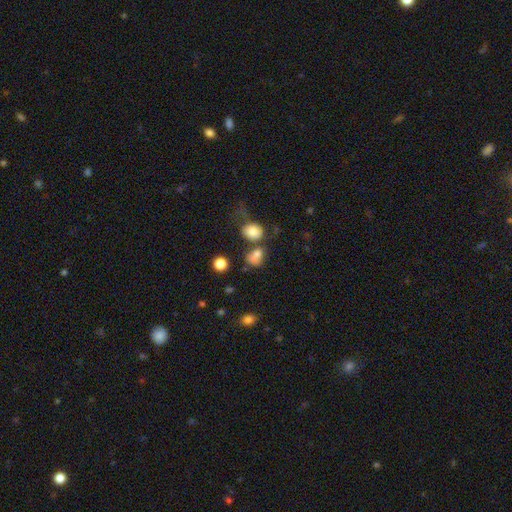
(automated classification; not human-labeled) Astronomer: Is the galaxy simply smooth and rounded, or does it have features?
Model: smooth — 78%.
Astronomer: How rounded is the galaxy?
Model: in between — 54% (runner-up: round, 44%).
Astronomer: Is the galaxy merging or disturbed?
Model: none — 45% (runner-up: merger, 30%).